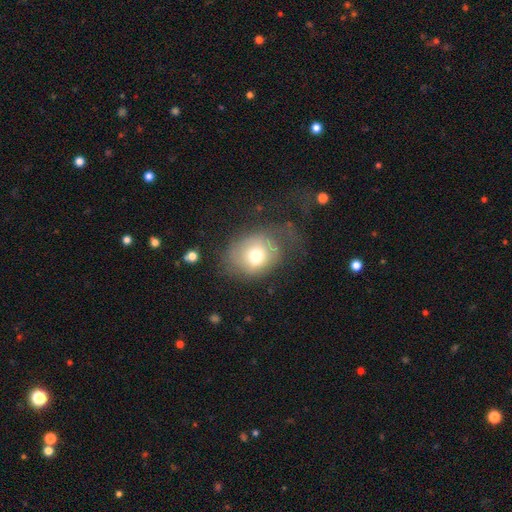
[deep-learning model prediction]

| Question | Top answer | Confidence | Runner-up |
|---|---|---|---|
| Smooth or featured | smooth | 63% | featured or disk (28%) |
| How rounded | in between | 53% | round (46%) |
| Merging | none | 37% | major disturbance (34%) |